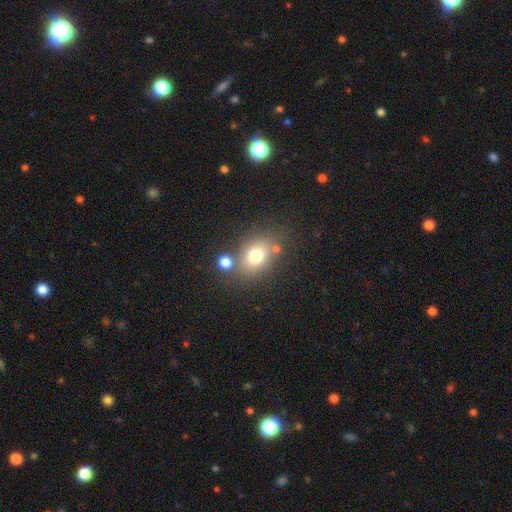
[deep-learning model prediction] Morphology: type=smooth (74%); roundness=in between (58%); merging=none (65%).